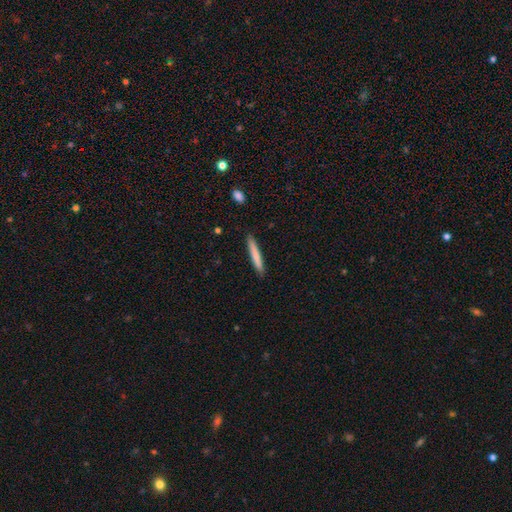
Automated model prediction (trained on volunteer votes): Smooth or featured? smooth (77%)
How rounded? cigar-shaped (96%)
Merging? none (90%)